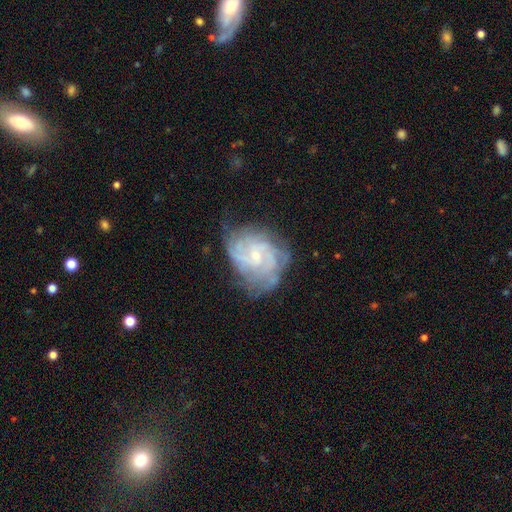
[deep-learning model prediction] Overall: featured or disk (80%). Edge-on disk: no (97%). Bar: no (53%; weak 40%). Spiral arms: yes (92%). Spiral arm count: can't tell (40%; 3 17%). Spiral winding: tight (58%; medium 33%). Bulge size: small (70%). Merging: none (60%; minor disturbance 25%).